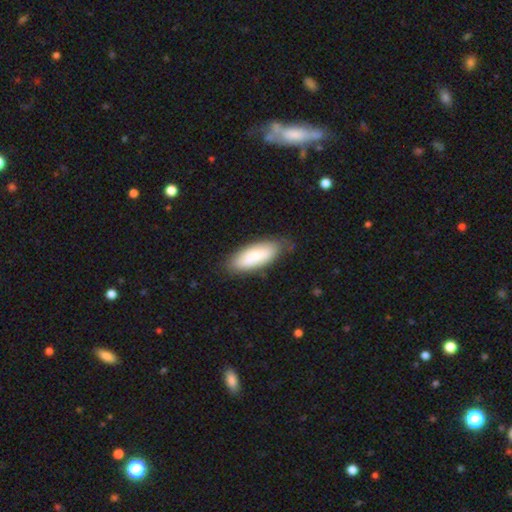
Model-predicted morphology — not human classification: A smooth galaxy with no disk features (66%) that is in between round and cigar-shaped (80%).

Vote fractions:
- Smooth or featured? smooth: 66% / featured or disk: 28% / star or artifact: 6%
- How rounded? in between: 80% / cigar-shaped: 18% / round: 2%
- Merging? none: 72% / minor disturbance: 21% / major disturbance: 5% / merger: 2%